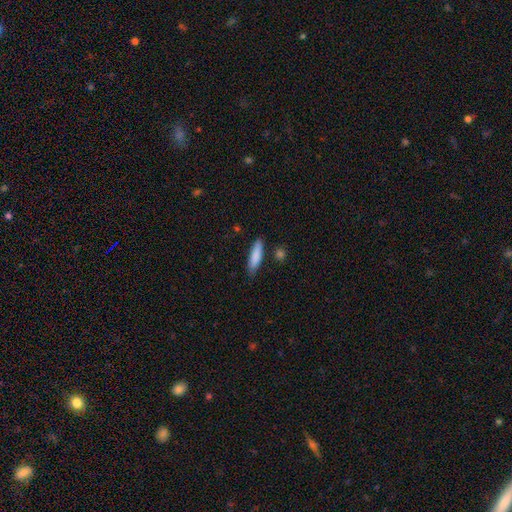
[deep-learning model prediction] Smooth or featured: smooth — 85% (featured or disk — 9%)
How rounded: cigar-shaped — 71% (in between — 27%)
Merging: none — 80% (minor disturbance — 14%)